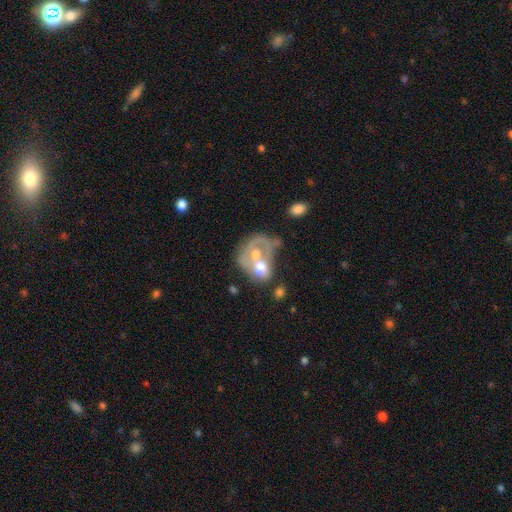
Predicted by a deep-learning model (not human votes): featured or disk 59%, smooth 32%, star or artifact 9%. Down the decision tree: edge-on disk — no (97%); bar — no (82%); spiral arms — no (67%); bulge size — moderate (65%); merging — merger (61%).